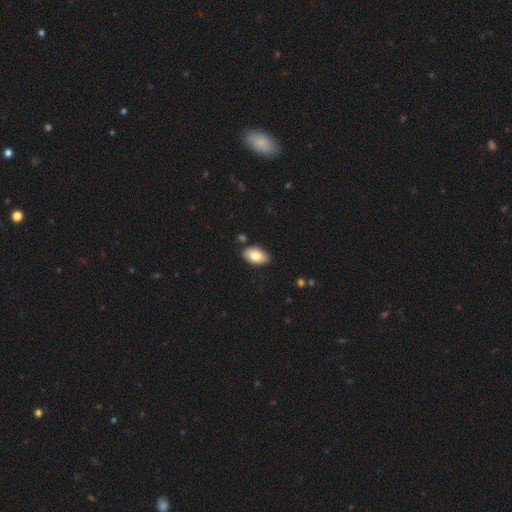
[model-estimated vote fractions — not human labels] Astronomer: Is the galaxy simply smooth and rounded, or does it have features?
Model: smooth — 80%.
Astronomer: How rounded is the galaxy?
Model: in between — 94%.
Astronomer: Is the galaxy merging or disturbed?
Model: none — 85%.